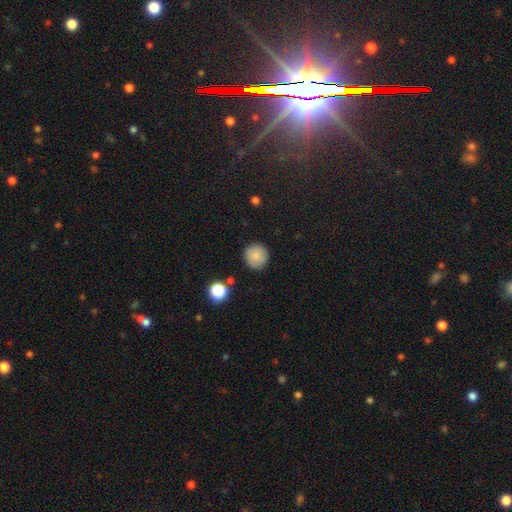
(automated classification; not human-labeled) Smooth or featured? smooth (83%)
How rounded? round (93%)
Merging? none (87%)